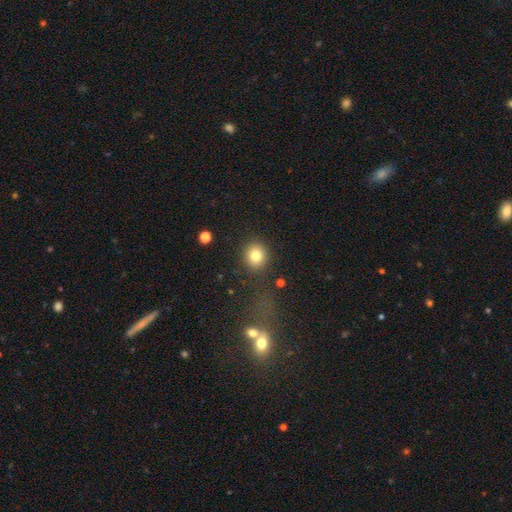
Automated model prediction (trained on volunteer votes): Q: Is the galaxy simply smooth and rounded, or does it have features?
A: smooth — 82%.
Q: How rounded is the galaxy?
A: round — 82%.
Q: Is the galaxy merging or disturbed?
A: none — 86%.